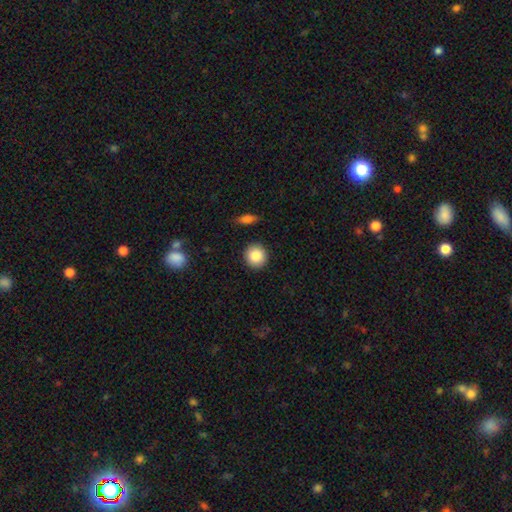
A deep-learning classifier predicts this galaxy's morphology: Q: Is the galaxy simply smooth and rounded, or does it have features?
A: smooth — 86%.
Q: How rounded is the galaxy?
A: round — 92%.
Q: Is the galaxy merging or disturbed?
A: none — 91%.